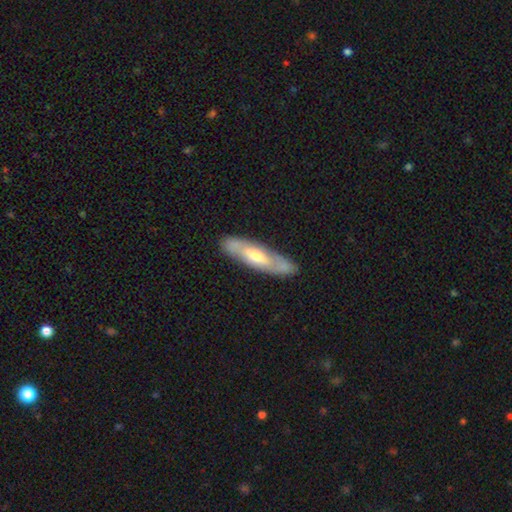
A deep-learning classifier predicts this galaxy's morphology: smooth_or_featured: featured or disk (p=0.59) [alt: smooth p=0.36]
disk_edge_on: no (p=0.64) [alt: yes p=0.36]
merging: none (p=0.82) [alt: minor disturbance p=0.13]